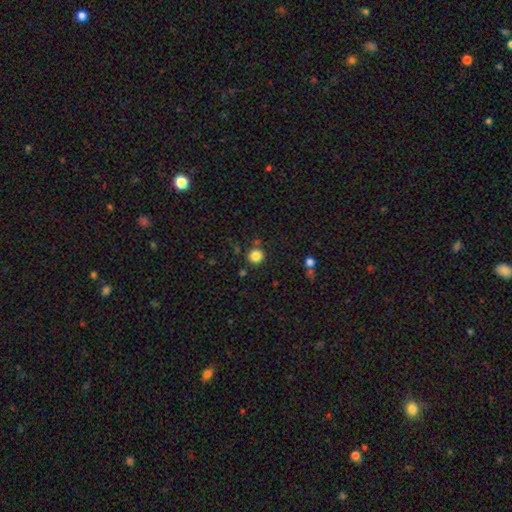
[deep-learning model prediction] Overall: smooth (85%). How rounded: round (94%). Merging: none (86%).